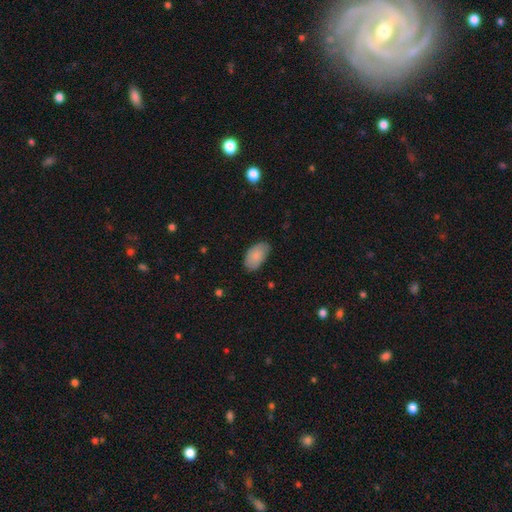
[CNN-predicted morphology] Overall: smooth (84%). How rounded: in between (95%). Merging: none (74%).